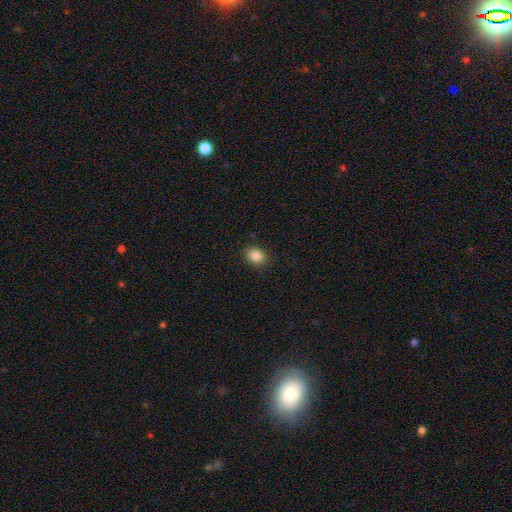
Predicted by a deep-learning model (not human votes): Smooth or featured? Predicted: smooth (p=0.86). How rounded? Predicted: in between (p=0.50). Merging? Predicted: none (p=0.88).